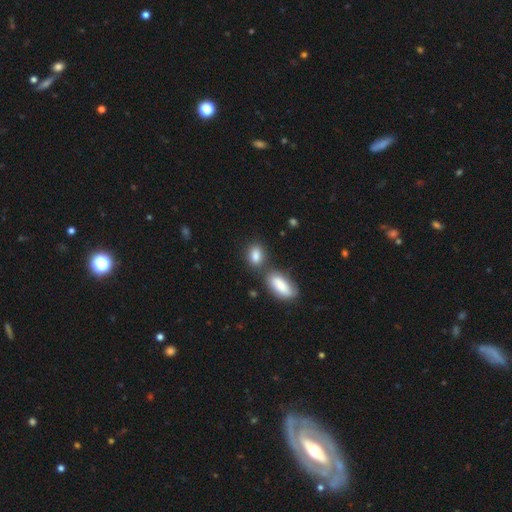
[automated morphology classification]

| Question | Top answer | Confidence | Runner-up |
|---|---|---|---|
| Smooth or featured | smooth | 85% | featured or disk (8%) |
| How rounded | in between | 76% | round (19%) |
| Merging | none | 55% | merger (28%) |